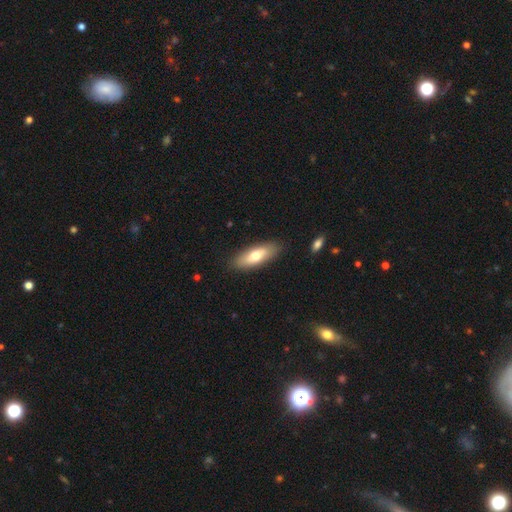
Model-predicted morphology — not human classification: Smooth or featured: smooth — 69% (featured or disk — 25%)
How rounded: in between — 66% (cigar-shaped — 31%)
Merging: none — 87% (minor disturbance — 10%)